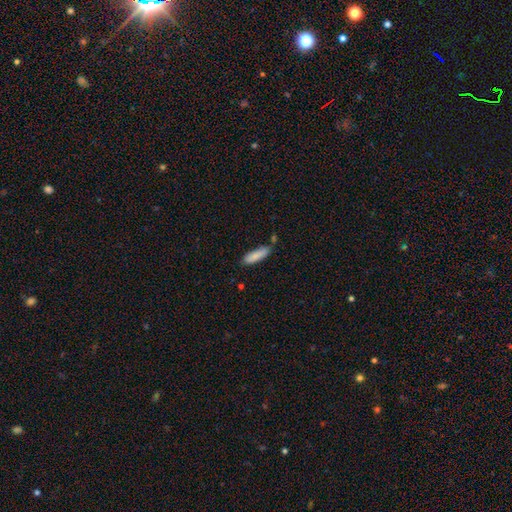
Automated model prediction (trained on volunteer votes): This is clearly a smooth galaxy (85%). How rounded: possibly cigar-shaped (56%). Merging: likely none (71%).